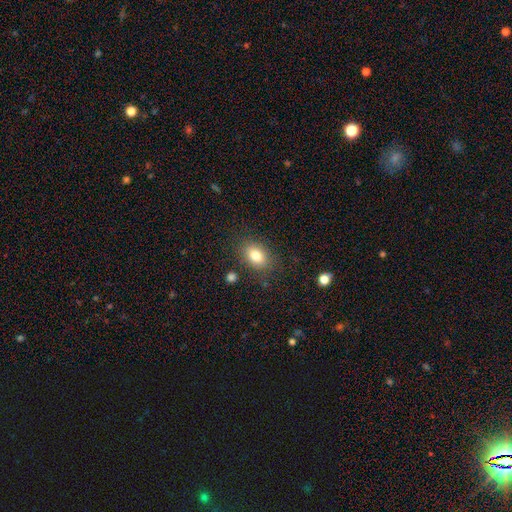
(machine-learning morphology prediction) The model was most divided on "how rounded": in between: 78%, round: 21%, cigar-shaped: 1%. More confident: smooth or featured — smooth (82%); merging — none (82%).